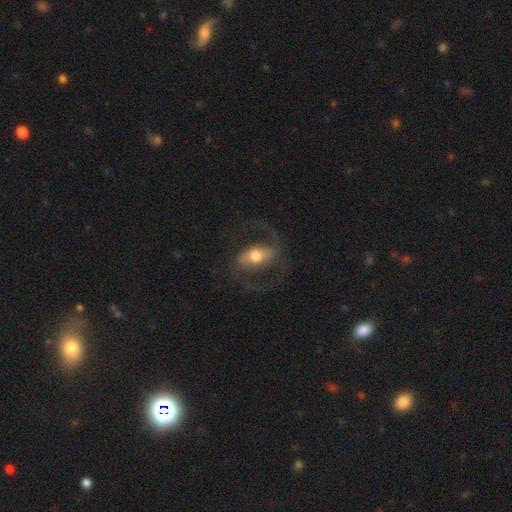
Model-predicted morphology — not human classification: A featured or disk galaxy (78%) with a strong bar (41%), 2 (89%) medium (54%) spiral arms (86%) and a moderate central bulge (69%).

Vote fractions:
- Smooth or featured? featured or disk: 78% / smooth: 16% / star or artifact: 6%
- Edge-on disk? no: 95% / yes: 5%
- Bar? strong: 41% / weak: 36% / no: 23%
- Spiral arms? yes: 86% / no: 14%
- Spiral winding? medium: 54% / loose: 34% / tight: 13%
- Spiral arm count? 2: 89% / 1: 4% / can't tell: 4% / 3: 1% / 4: 1% / more than 4: 1%
- Bulge size? moderate: 69% / large: 16% / small: 12% / dominant: 2% / none: 1%
- Merging? none: 70% / major disturbance: 16% / minor disturbance: 13% / merger: 2%